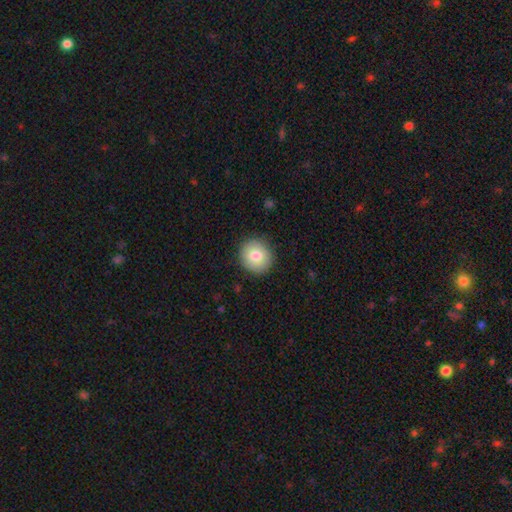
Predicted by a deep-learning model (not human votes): Smooth or featured?
  - smooth: 80% *
  - featured or disk: 11%
  - star or artifact: 8%
How rounded?
  - round: 88% *
  - in between: 11%
  - cigar-shaped: 1%
Merging?
  - none: 89% *
  - minor disturbance: 8%
  - major disturbance: 2%
  - merger: 1%